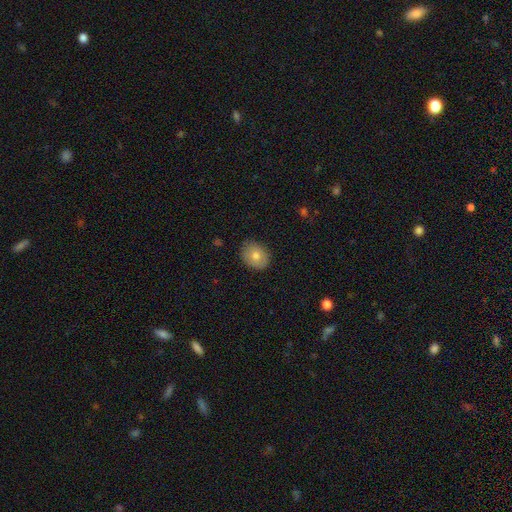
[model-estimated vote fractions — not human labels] Morphology: type=smooth (77%); roundness=in between (60%); merging=none (84%).